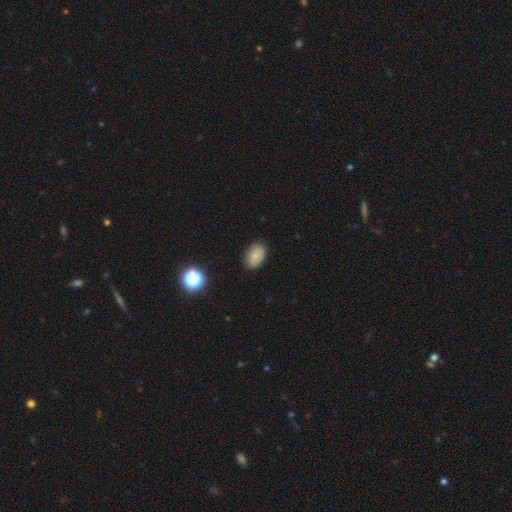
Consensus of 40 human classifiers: smooth 85%, star or artifact 10%, featured or disk 5%. Down the decision tree: how rounded — in between (82%); merging — none (78%).